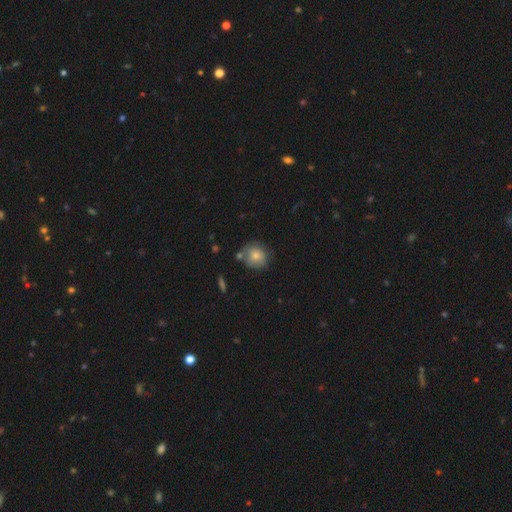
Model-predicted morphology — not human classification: This is likely a smooth galaxy (77%). How rounded: clearly round (85%). Merging: likely none (70%).